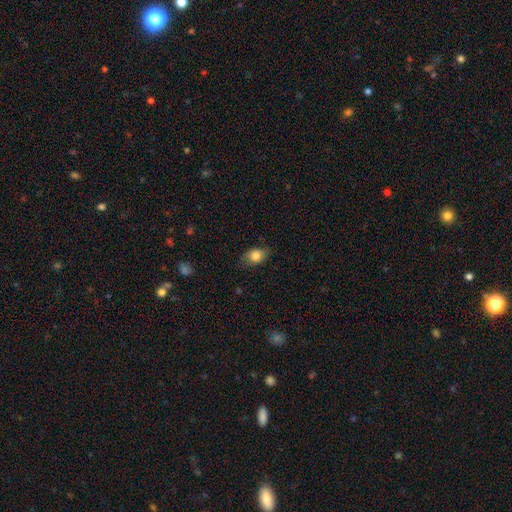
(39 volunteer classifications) A smooth galaxy with no disk features (87%) that is in between round and cigar-shaped (82%). Merging: none (75%).